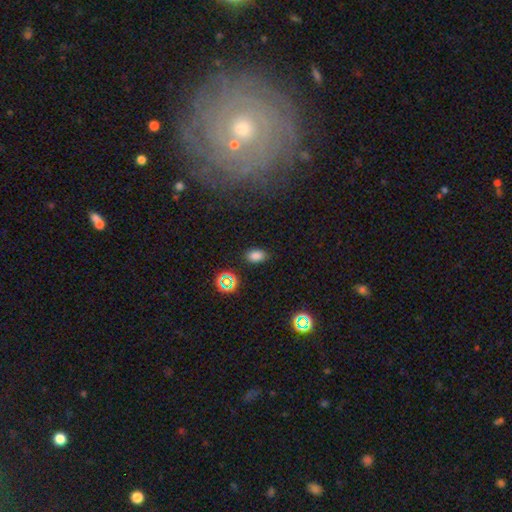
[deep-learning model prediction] This is likely a smooth galaxy (79%). How rounded: clearly in between (87%). Merging: clearly none (85%).